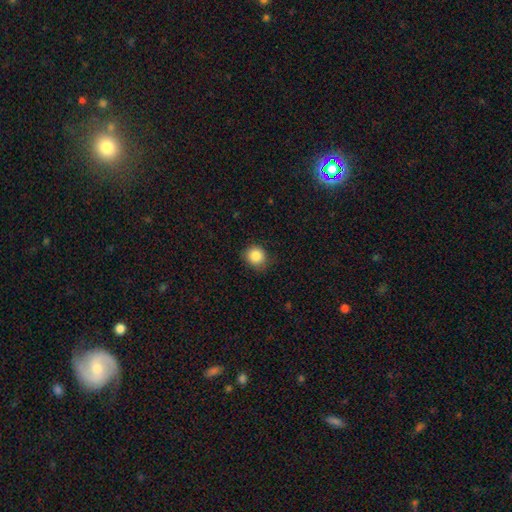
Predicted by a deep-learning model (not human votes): Overall: smooth (87%). How rounded: round (83%). Merging: none (79%).